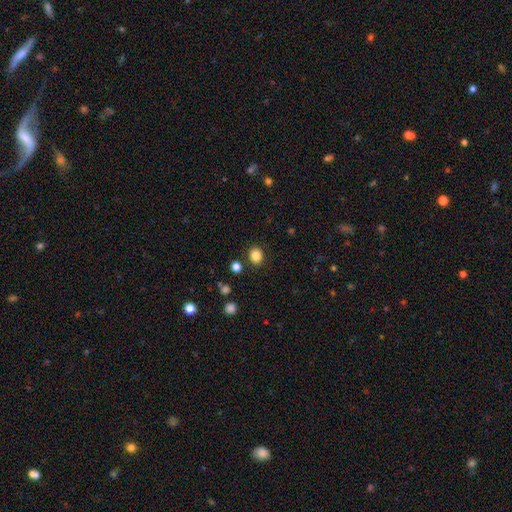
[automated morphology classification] A smooth galaxy with no disk features (84%) that is round (70%).

Vote fractions:
- Smooth or featured? smooth: 84% / star or artifact: 12% / featured or disk: 5%
- How rounded? round: 70% / in between: 29% / cigar-shaped: 1%
- Merging? none: 87% / minor disturbance: 8% / merger: 3% / major disturbance: 3%